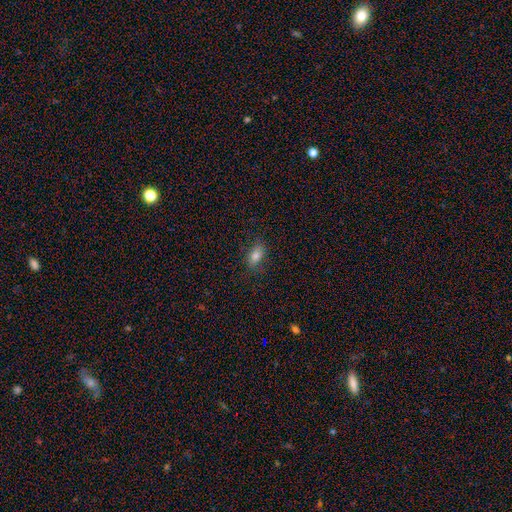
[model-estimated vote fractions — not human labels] Smooth or featured?
  - smooth: 80% *
  - star or artifact: 11%
  - featured or disk: 9%
How rounded?
  - in between: 85% *
  - round: 11%
  - cigar-shaped: 4%
Merging?
  - none: 82% *
  - minor disturbance: 14%
  - major disturbance: 4%
  - merger: 1%